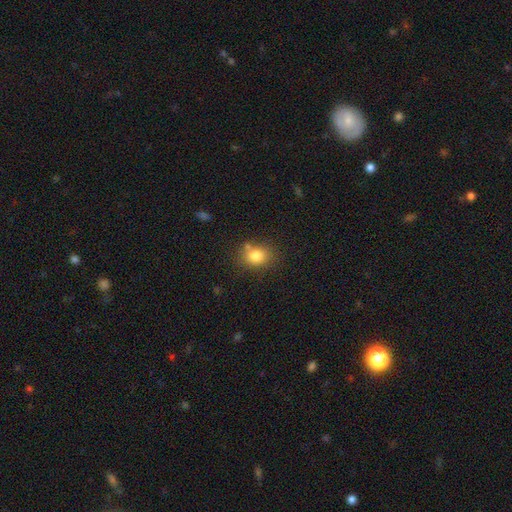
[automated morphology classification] Smooth or featured: smooth — 81% (star or artifact — 11%)
How rounded: round — 53% (in between — 46%)
Merging: none — 70% (minor disturbance — 15%)